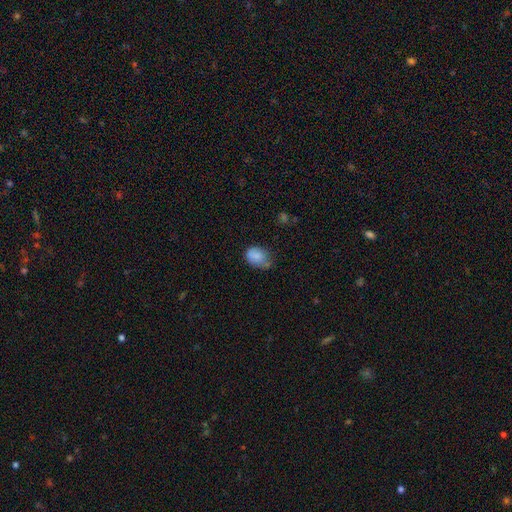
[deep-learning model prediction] smooth 82%, featured or disk 9%, star or artifact 9%. Down the decision tree: how rounded — in between (68%); merging — none (47%).